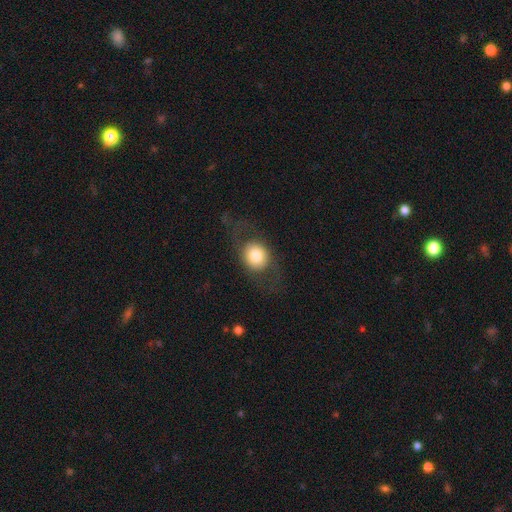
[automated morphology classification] Smooth or featured? smooth (65%)
How rounded? round (64%)
Merging? none (69%)